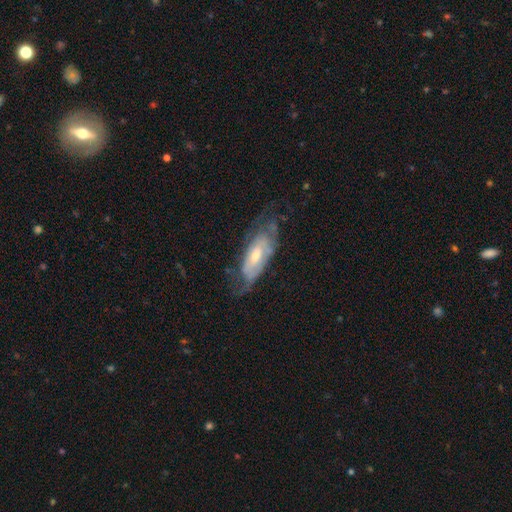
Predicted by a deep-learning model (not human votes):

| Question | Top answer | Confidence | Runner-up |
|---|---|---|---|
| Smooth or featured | featured or disk | 69% | smooth (24%) |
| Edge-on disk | no | 84% | yes (16%) |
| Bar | no | 58% | weak (33%) |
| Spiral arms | yes | 77% | no (23%) |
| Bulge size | moderate | 53% | small (38%) |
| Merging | none | 52% | minor disturbance (26%) |